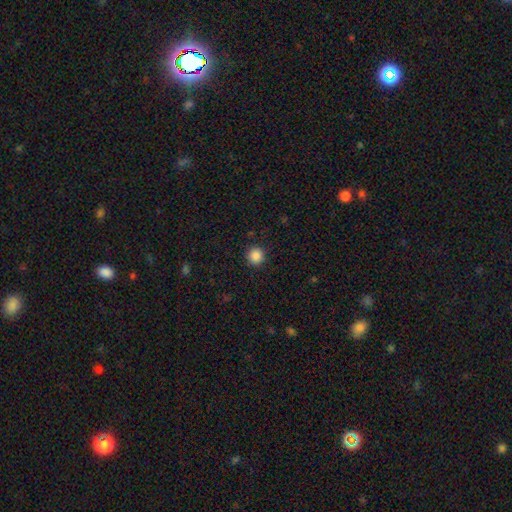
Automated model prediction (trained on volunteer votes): The model was most divided on "smooth or featured": smooth: 87%, star or artifact: 10%, featured or disk: 3%. More confident: how rounded — round (94%); merging — none (92%).